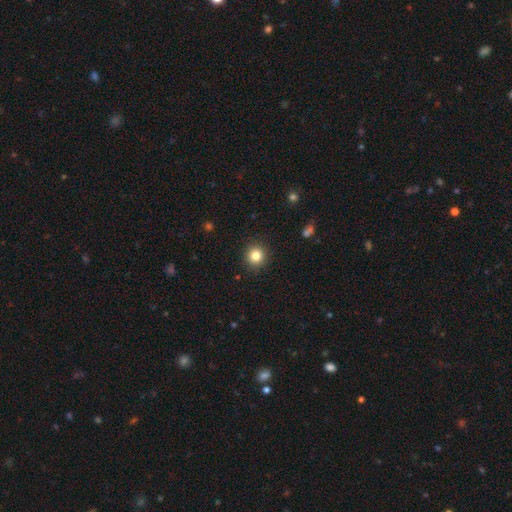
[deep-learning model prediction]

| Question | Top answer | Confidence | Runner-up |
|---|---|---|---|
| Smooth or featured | smooth | 83% | star or artifact (11%) |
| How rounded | round | 93% | in between (6%) |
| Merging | none | 91% | minor disturbance (6%) |